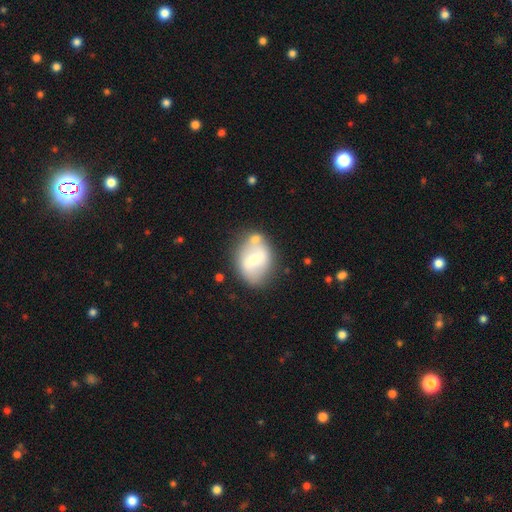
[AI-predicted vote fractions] Smooth or featured? featured or disk (48%)
Merging? none (62%)